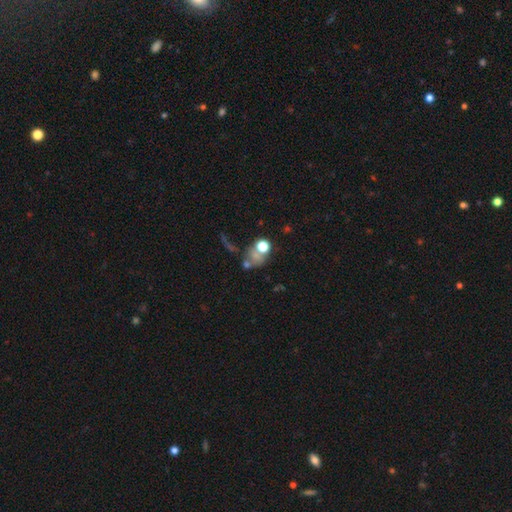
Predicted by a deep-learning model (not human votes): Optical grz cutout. It shows a smooth galaxy with no disk features (57%) that is round (61%). Merging: merger (37%).